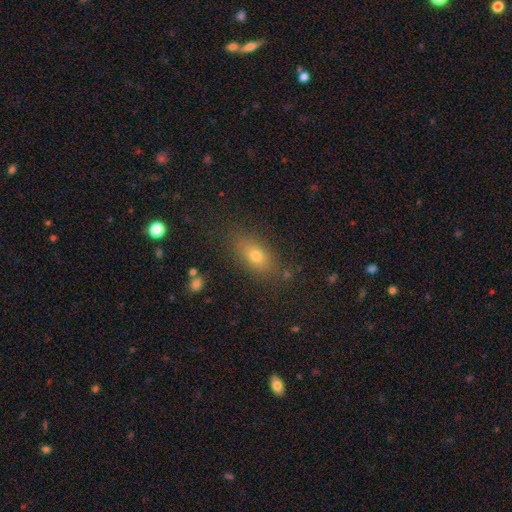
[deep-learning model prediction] Smooth or featured?
  - smooth: 71% *
  - featured or disk: 16%
  - star or artifact: 13%
How rounded?
  - in between: 77% *
  - cigar-shaped: 13%
  - round: 11%
Merging?
  - none: 81% *
  - minor disturbance: 13%
  - major disturbance: 4%
  - merger: 2%